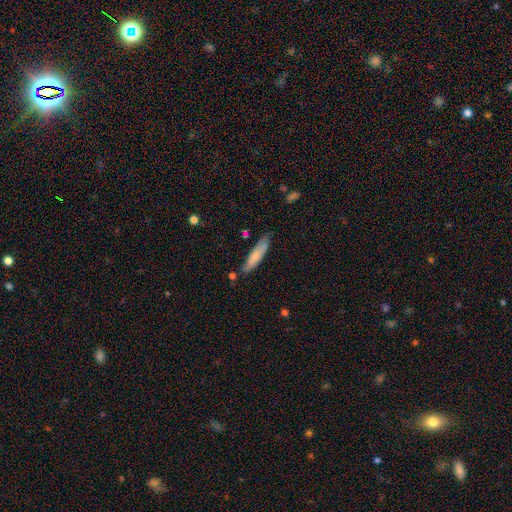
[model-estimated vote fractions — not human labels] Smooth or featured? smooth (74%)
How rounded? cigar-shaped (80%)
Merging? none (76%)